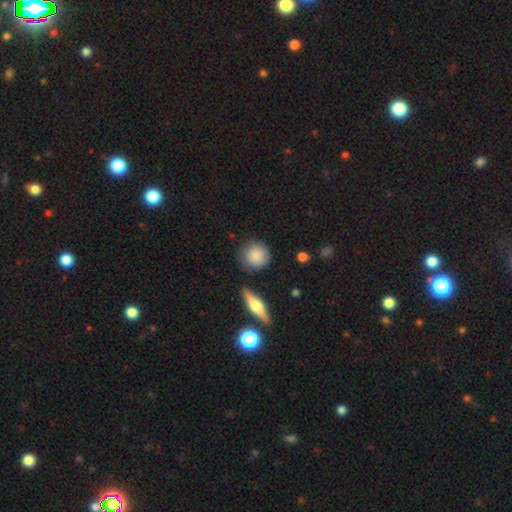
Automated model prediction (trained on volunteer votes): Morphology: type=smooth (81%); roundness=round (90%); merging=none (78%).